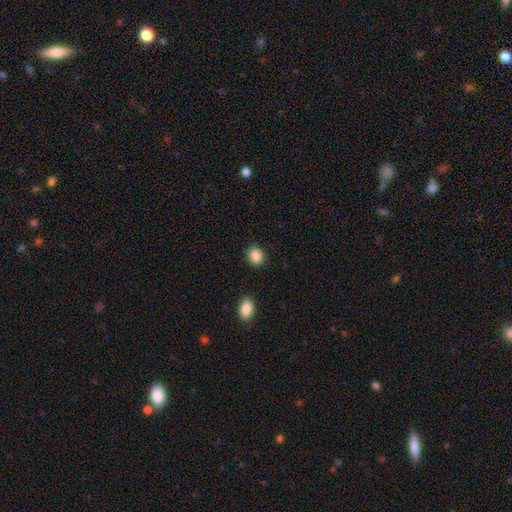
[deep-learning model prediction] smooth-or-featured: smooth: 88% | star or artifact: 8% | featured or disk: 3%
  how-rounded: round: 51% | in between: 48% | cigar-shaped: 1%
  merging: none: 87% | minor disturbance: 9% | major disturbance: 2% | merger: 2%